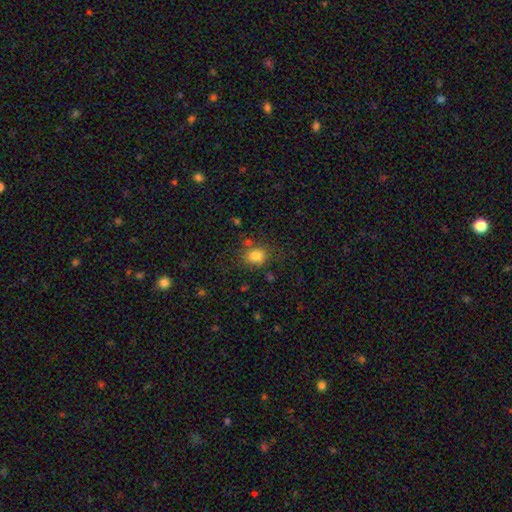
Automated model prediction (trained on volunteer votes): Smooth or featured? Predicted: smooth (p=0.80). How rounded? Predicted: round (p=0.57). Merging? Predicted: none (p=0.70).